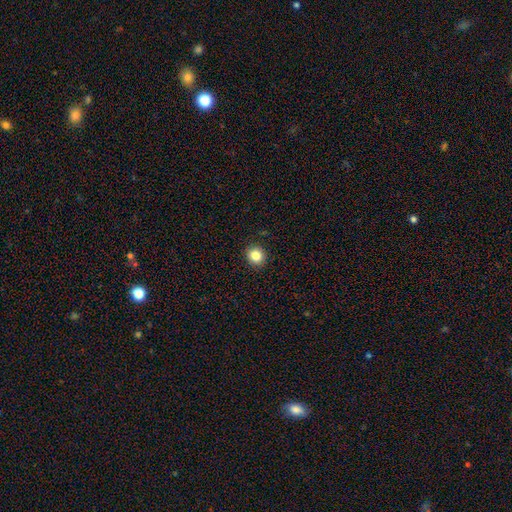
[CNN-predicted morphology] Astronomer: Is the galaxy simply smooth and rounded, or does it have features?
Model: smooth — 83%.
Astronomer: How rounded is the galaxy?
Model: round — 88%.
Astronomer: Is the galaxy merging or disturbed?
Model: none — 92%.